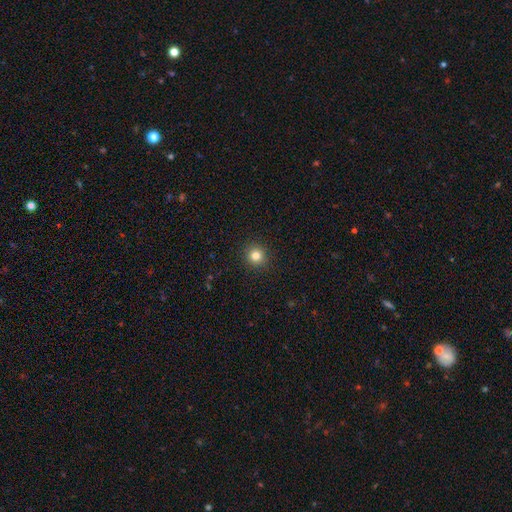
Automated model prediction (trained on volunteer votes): This is clearly a smooth galaxy (81%). How rounded: clearly round (94%). Merging: clearly none (93%).